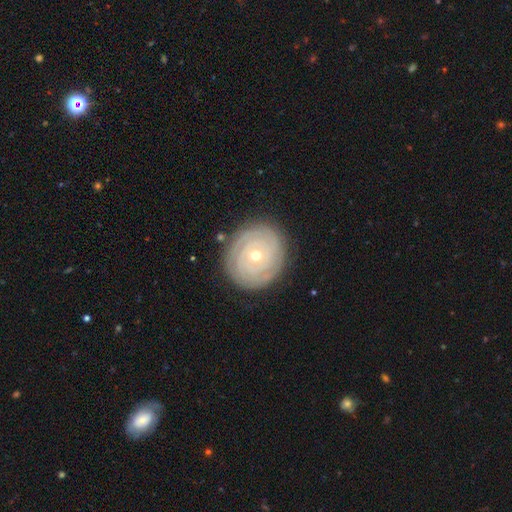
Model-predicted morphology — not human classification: Q: Smooth or featured?
A: featured or disk (85%); runner-up: smooth (9%)
Q: Edge-on disk?
A: no (97%); runner-up: yes (3%)
Q: Bar?
A: no (79%); runner-up: weak (15%)
Q: Spiral arms?
A: yes (95%); runner-up: no (5%)
Q: Spiral winding?
A: tight (91%); runner-up: medium (7%)
Q: Spiral arm count?
A: 2 (35%); runner-up: can't tell (25%)
Q: Bulge size?
A: small (49%); runner-up: moderate (48%)
Q: Merging?
A: none (86%); runner-up: minor disturbance (10%)